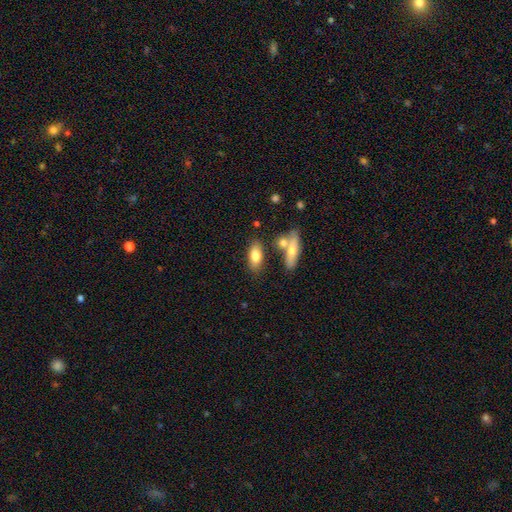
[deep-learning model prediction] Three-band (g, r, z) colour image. It shows a smooth galaxy with no disk features (74%) that is in between round and cigar-shaped (79%). Merging: none (68%).